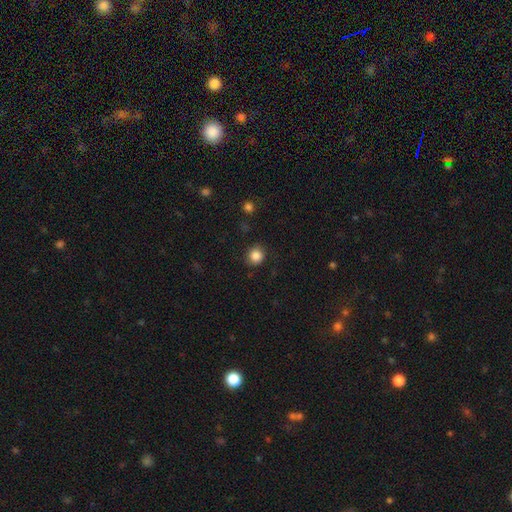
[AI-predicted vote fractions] Smooth or featured? smooth (85%)
How rounded? round (88%)
Merging? none (87%)